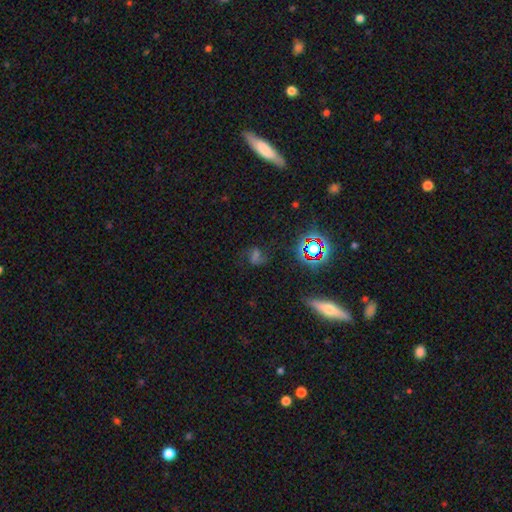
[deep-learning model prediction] A featured or disk galaxy (37%).

Vote fractions:
- Smooth or featured? featured or disk: 37% / star or artifact: 34% / smooth: 29%
- Merging? none: 65% / minor disturbance: 18% / major disturbance: 13% / merger: 4%